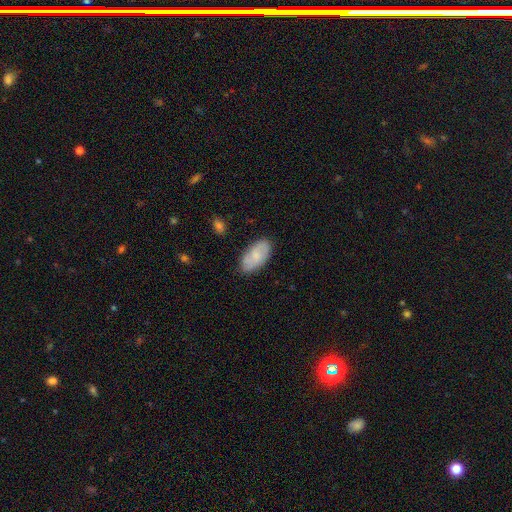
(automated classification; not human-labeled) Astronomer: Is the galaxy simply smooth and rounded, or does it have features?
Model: smooth — 66%.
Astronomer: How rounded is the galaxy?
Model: in between — 94%.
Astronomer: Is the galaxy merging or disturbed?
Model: none — 78%.